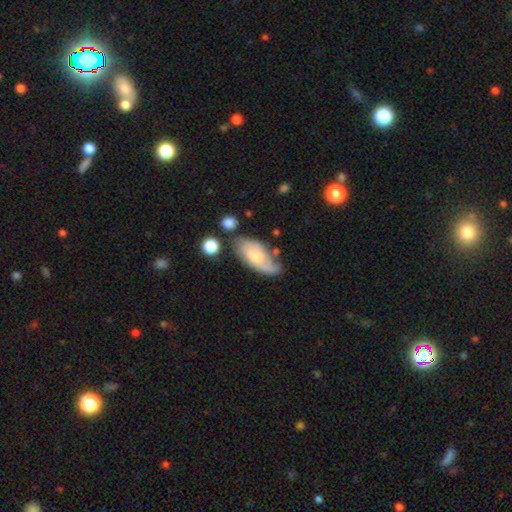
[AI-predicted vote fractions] Smooth or featured? featured or disk (56%)
Edge-on disk? no (91%)
Bar? no (64%)
Spiral arms? yes (84%)
Bulge size? moderate (42%)
Merging? none (51%)